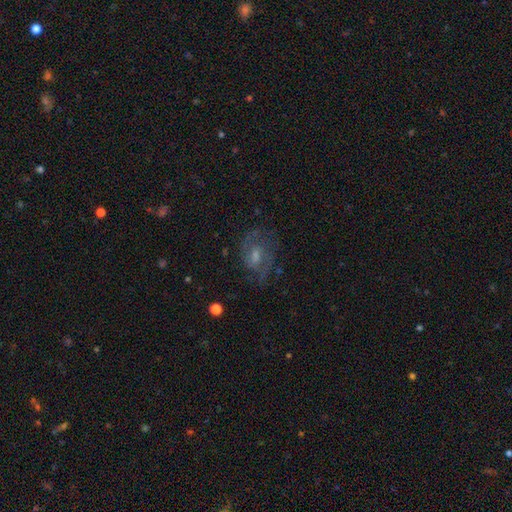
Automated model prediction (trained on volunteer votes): Smooth or featured? Predicted: featured or disk (p=0.71). Edge-on disk? Predicted: no (p=0.96). Bar? Predicted: weak (p=0.54). Spiral arms? Predicted: yes (p=0.88). Spiral winding? Predicted: medium (p=0.52). Spiral arm count? Predicted: 2 (p=0.68). Bulge size? Predicted: moderate (p=0.44). Merging? Predicted: none (p=0.65).